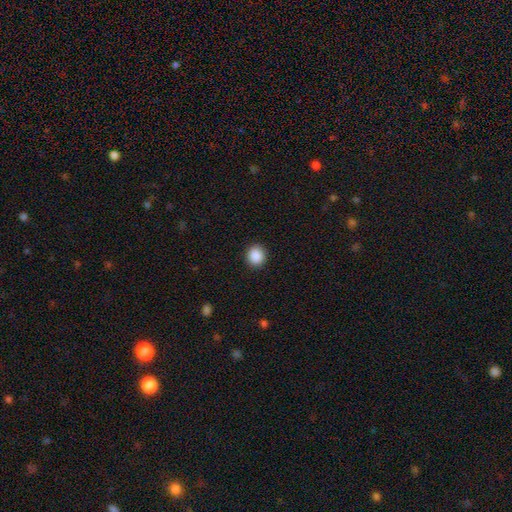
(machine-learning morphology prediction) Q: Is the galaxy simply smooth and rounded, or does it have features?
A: smooth — 89%.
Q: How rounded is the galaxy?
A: round — 81%.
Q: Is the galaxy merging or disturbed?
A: none — 91%.